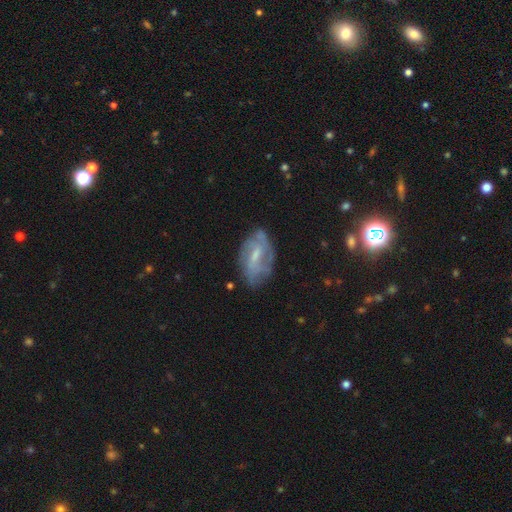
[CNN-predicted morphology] A featured or disk galaxy (63%) with a weak bar (53%), spiral arms (72%) and a small central bulge (42%). Merging: none (64%).